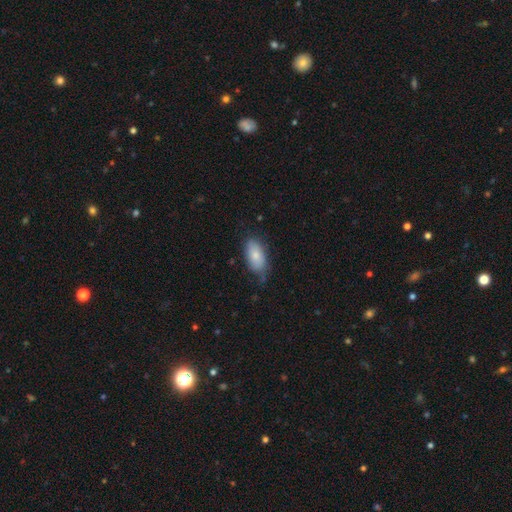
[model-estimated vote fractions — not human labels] A smooth galaxy with no disk features (79%) that is in between round and cigar-shaped (92%). Merging: none (63%).